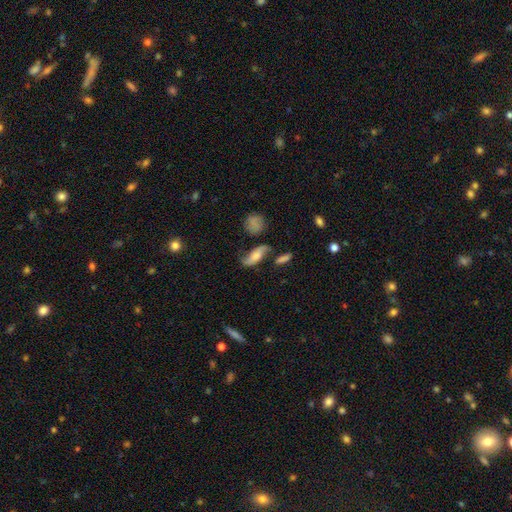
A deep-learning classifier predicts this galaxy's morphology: The model was most divided on "smooth or featured": featured or disk: 56%, smooth: 35%, star or artifact: 9%. More confident: edge-on disk — no (84%); merging — none (57%).